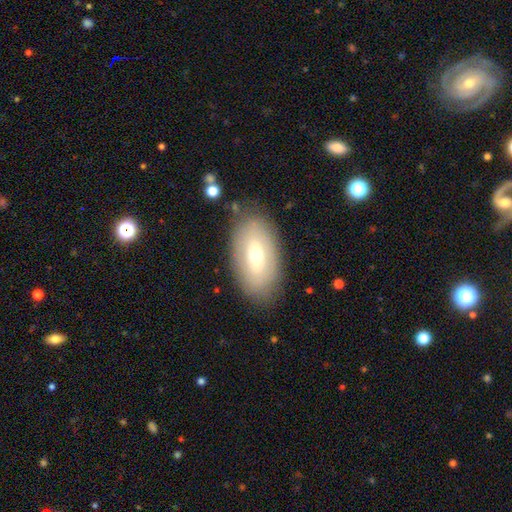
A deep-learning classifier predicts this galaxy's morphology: Q: Smooth or featured?
A: smooth (53%); runner-up: featured or disk (39%)
Q: How rounded?
A: in between (93%); runner-up: round (4%)
Q: Merging?
A: none (82%); runner-up: minor disturbance (12%)